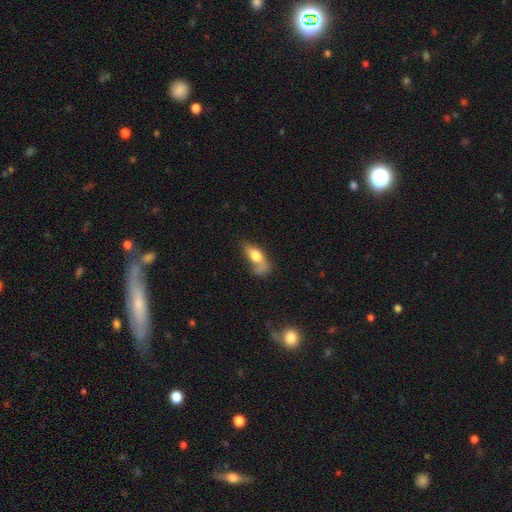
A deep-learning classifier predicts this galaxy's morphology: The model was most divided on "merging": none: 30%, major disturbance: 27%, minor disturbance: 25%, merger: 18%. More confident: how rounded — in between (76%); smooth or featured — smooth (68%).